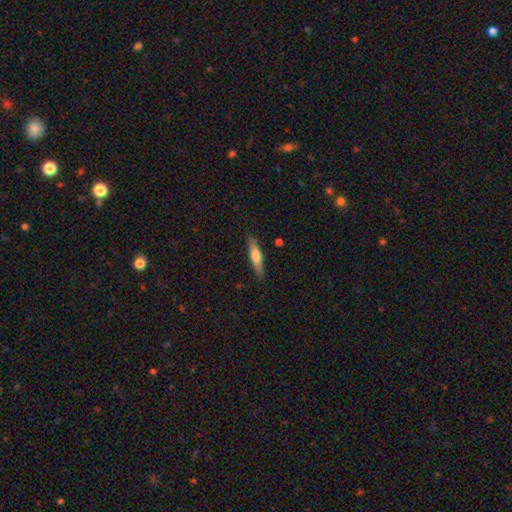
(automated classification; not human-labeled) This appears to be a smooth galaxy with no disk features (57%) that is cigar-shaped (78%). Merging: none (88%).